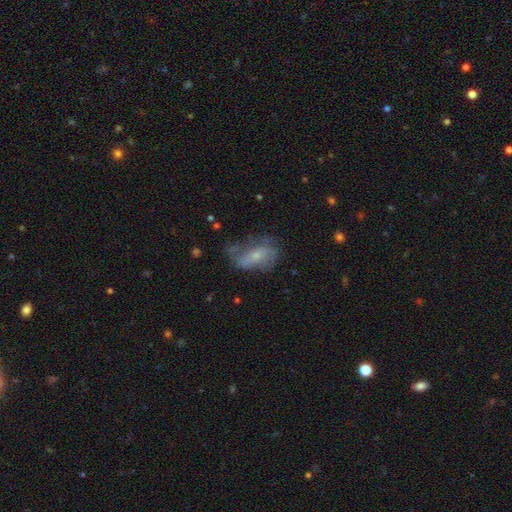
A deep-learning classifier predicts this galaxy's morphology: Smooth or featured? featured or disk (52%)
Edge-on disk? no (92%)
Merging? none (41%)